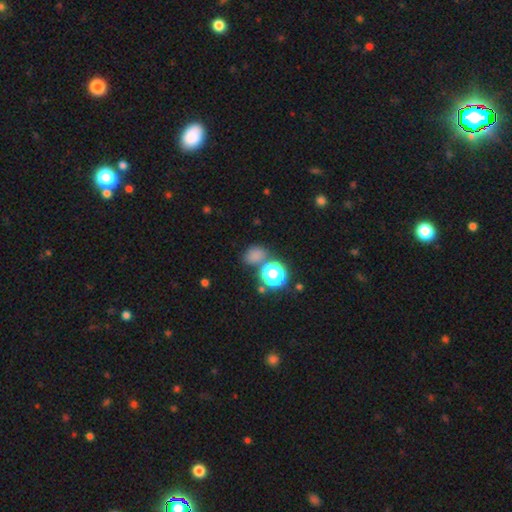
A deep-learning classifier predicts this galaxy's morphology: Overall: smooth (71%). How rounded: round (56%; in between 42%). Merging: none (65%).